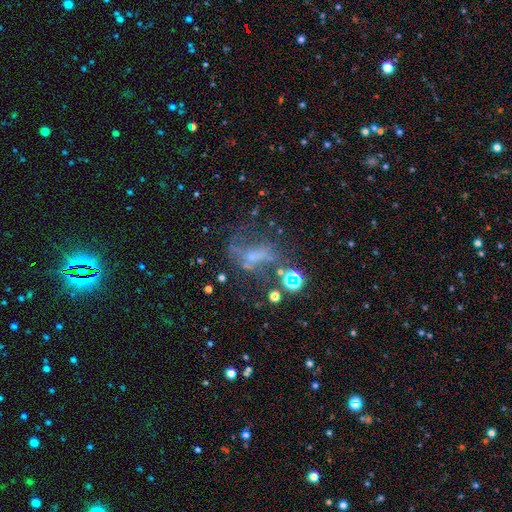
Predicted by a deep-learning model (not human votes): Smooth or featured? featured or disk (47%)
Merging? none (36%)